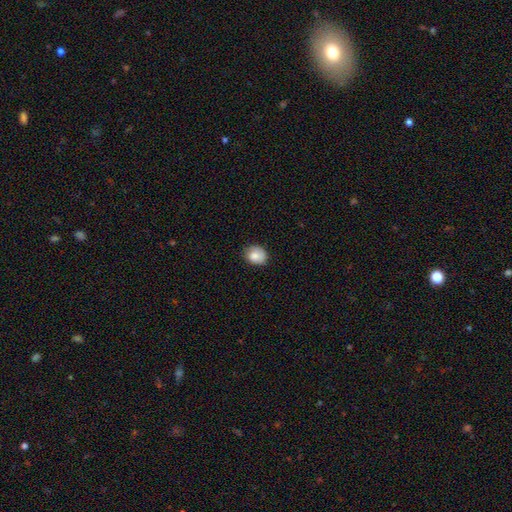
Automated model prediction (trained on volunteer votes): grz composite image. It shows a smooth galaxy with no disk features (83%) that is round (58%). Merging: none (74%).